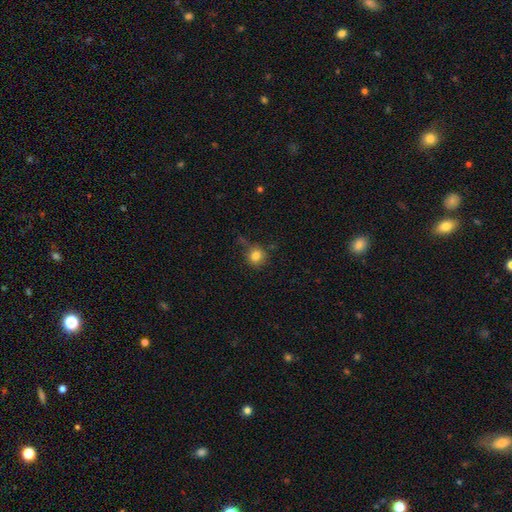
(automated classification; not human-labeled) Smooth or featured? Predicted: smooth (p=0.82). How rounded? Predicted: round (p=0.88). Merging? Predicted: none (p=0.71).